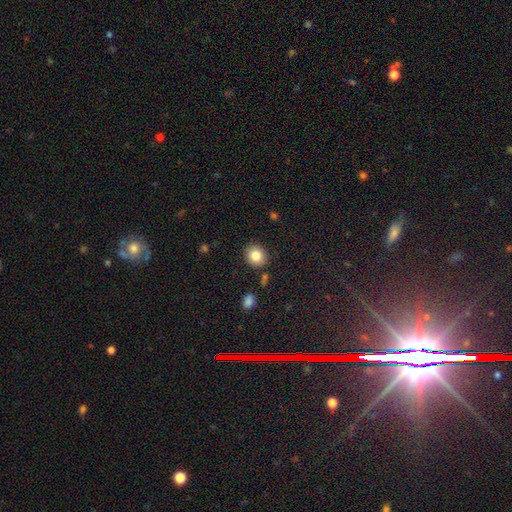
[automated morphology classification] A smooth galaxy with no disk features (83%) that is round (76%). Merging: none (86%).